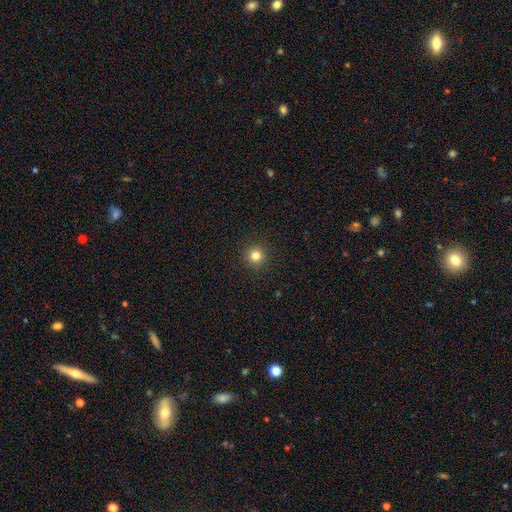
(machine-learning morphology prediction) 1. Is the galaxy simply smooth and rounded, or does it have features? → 81% smooth, 14% star or artifact, 5% featured or disk.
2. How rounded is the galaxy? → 95% round, 4% in between, 1% cigar-shaped.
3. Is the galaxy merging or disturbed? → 92% none, 5% minor disturbance, 2% major disturbance, 1% merger.